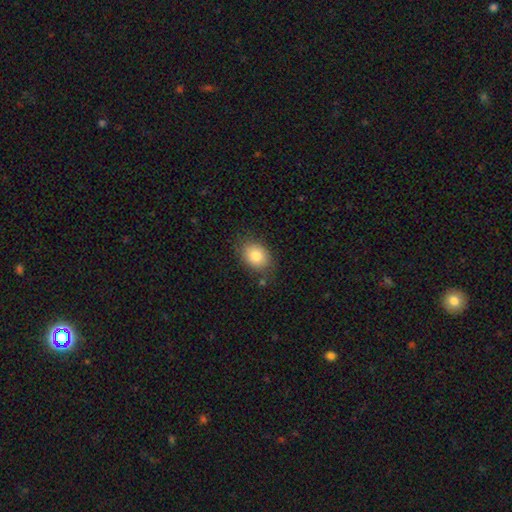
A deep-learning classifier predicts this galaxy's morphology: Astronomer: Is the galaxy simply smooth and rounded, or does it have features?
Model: smooth — 82%.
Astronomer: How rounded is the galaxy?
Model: in between — 64%.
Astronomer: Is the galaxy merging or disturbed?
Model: none — 79%.